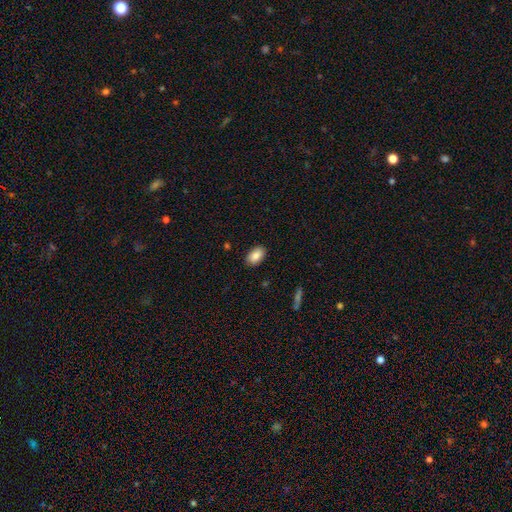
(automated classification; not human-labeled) This appears to be a smooth galaxy with no disk features (87%) that is in between round and cigar-shaped (91%). Merging: none (88%).